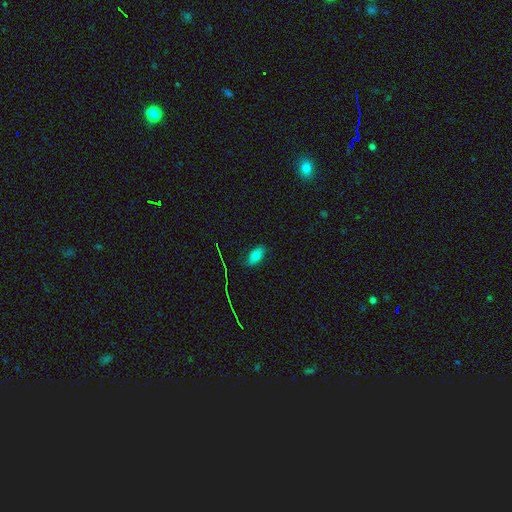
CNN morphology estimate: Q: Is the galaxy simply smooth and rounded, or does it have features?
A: smooth — 69%.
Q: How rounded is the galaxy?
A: in between — 90%.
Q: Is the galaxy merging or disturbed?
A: none — 81%.